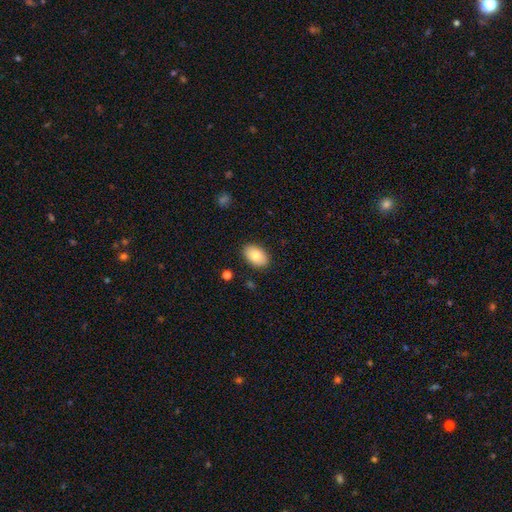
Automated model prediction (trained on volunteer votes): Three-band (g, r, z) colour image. It shows a smooth galaxy with no disk features (83%) that is in between round and cigar-shaped (91%). Merging: none (88%).